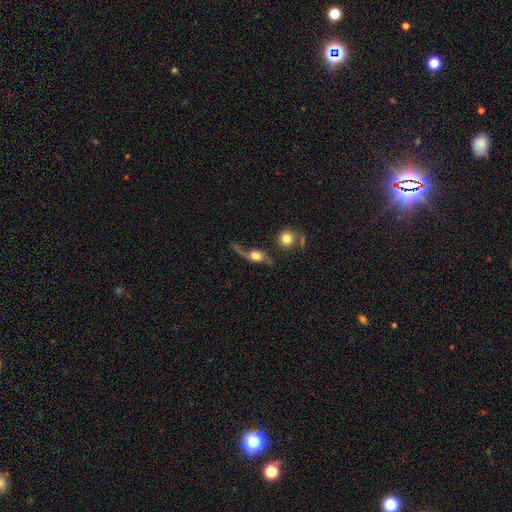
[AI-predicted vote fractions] Smooth or featured: featured or disk — 67% (smooth — 25%)
Edge-on disk: no — 85% (yes — 15%)
Bar: no — 69% (weak — 24%)
Spiral arms: yes — 87% (no — 13%)
Bulge size: moderate — 45% (large — 35%)
Merging: none — 39% (major disturbance — 32%)